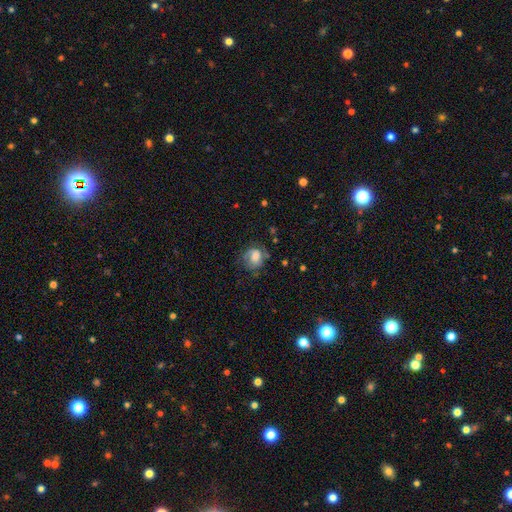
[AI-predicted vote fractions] The model was most divided on "smooth or featured": smooth: 55%, featured or disk: 35%, star or artifact: 10%. More confident: how rounded — round (60%); merging — none (53%).